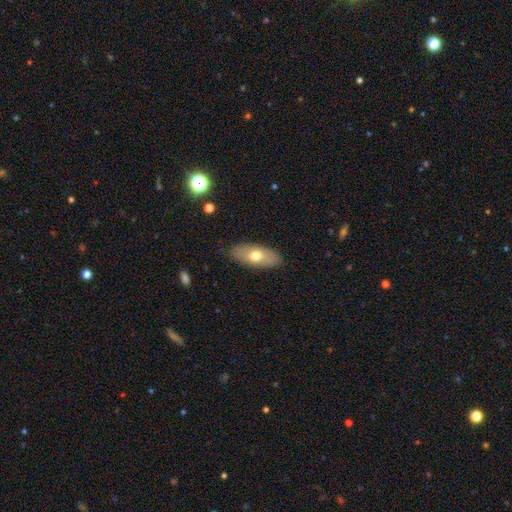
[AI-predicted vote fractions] Smooth or featured?
  - smooth: 64% *
  - featured or disk: 30%
  - star or artifact: 6%
How rounded?
  - in between: 85% *
  - cigar-shaped: 11%
  - round: 4%
Merging?
  - none: 86% *
  - minor disturbance: 10%
  - major disturbance: 3%
  - merger: 1%